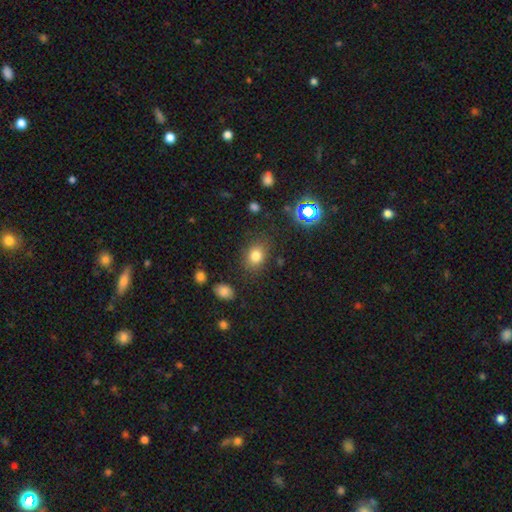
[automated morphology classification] A smooth galaxy with no disk features (77%) that is in between round and cigar-shaped (54%).

Vote fractions:
- Smooth or featured? smooth: 77% / star or artifact: 15% / featured or disk: 8%
- How rounded? in between: 54% / round: 45% / cigar-shaped: 1%
- Merging? none: 81% / minor disturbance: 12% / major disturbance: 4% / merger: 3%